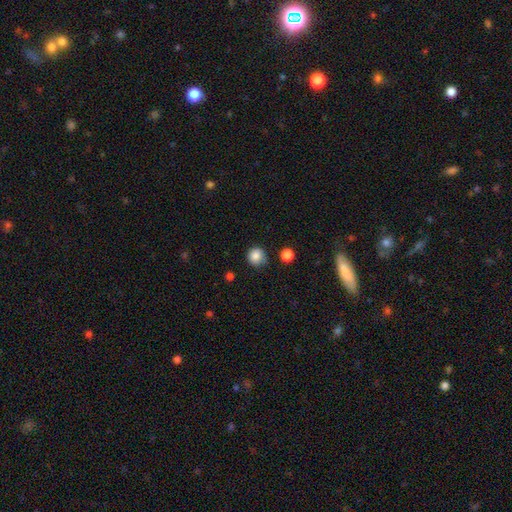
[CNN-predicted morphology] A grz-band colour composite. It shows a smooth galaxy with no disk features (85%) that is round (91%). Merging: none (77%).